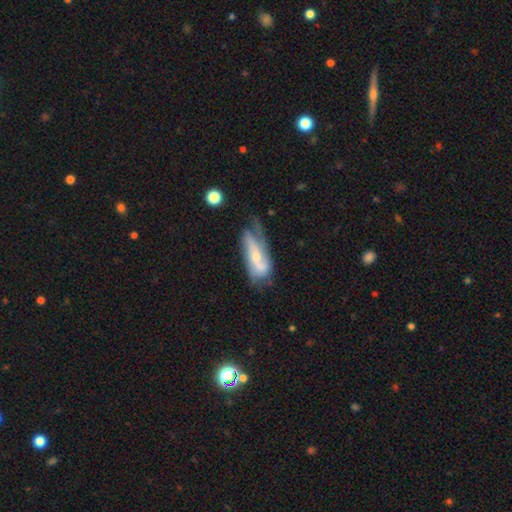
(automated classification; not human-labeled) Morphology: type=featured or disk (63%); edge-on=no (84%); bar=no (51%); spiral arms=yes (76%); bulge=small (50%); merging=none (39%).